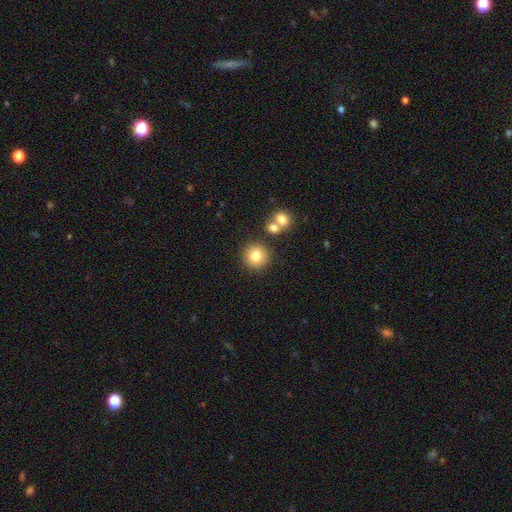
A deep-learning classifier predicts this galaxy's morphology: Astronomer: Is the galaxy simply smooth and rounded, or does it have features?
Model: smooth — 79%.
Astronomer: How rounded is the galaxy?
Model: round — 92%.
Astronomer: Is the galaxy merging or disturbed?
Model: none — 80%.